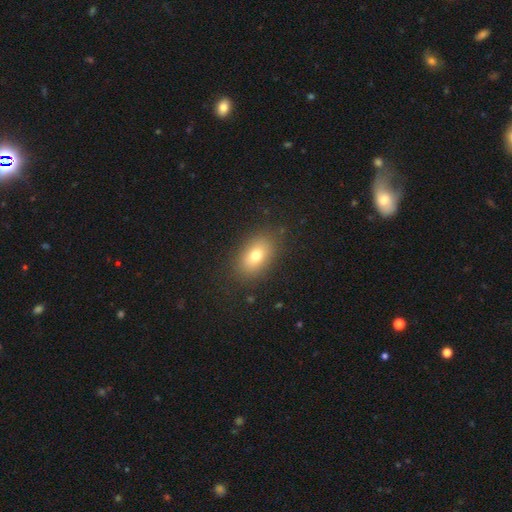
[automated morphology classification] Smooth or featured: smooth — 74% (featured or disk — 15%)
How rounded: in between — 84% (round — 14%)
Merging: none — 85% (minor disturbance — 10%)